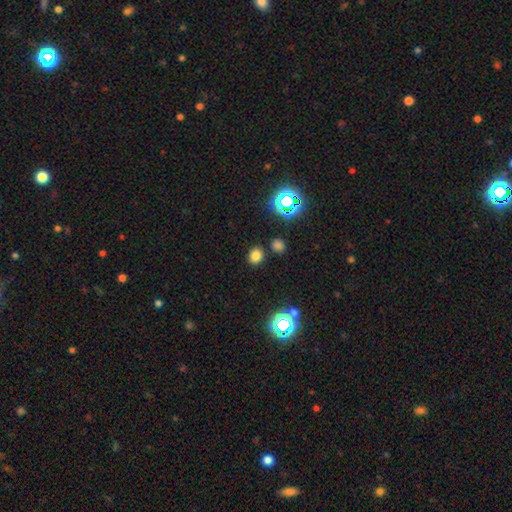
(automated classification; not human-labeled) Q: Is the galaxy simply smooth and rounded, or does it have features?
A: smooth — 75%.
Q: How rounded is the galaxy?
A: round — 61%.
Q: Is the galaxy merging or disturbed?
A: none — 82%.